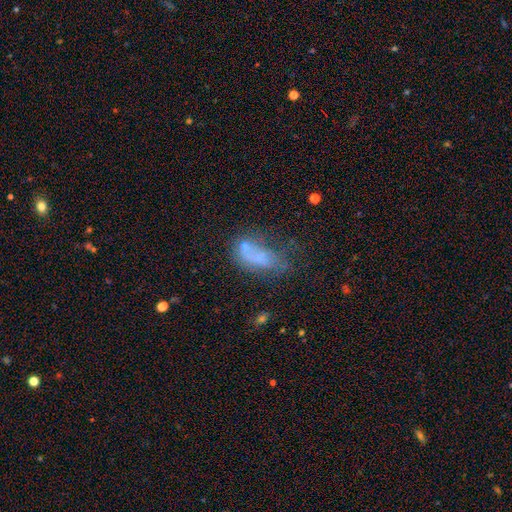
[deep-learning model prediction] smooth 54%, featured or disk 31%, star or artifact 15%. Down the decision tree: how rounded — in between (83%); merging — major disturbance (30%).